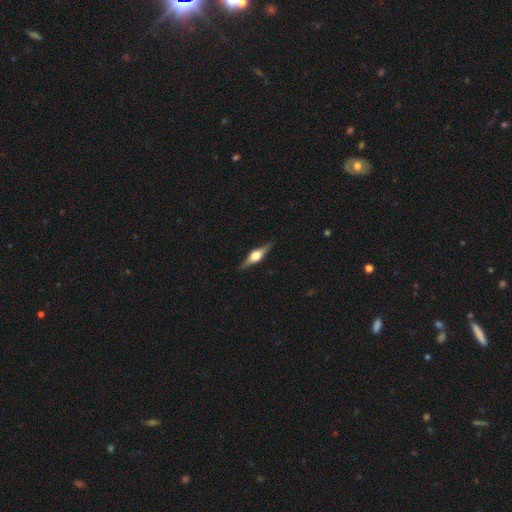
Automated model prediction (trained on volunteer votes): Smooth or featured?
  - featured or disk: 78% *
  - smooth: 16%
  - star or artifact: 6%
Edge-on disk?
  - yes: 98% *
  - no: 2%
Edge-on bulge?
  - rounded: 93% *
  - boxy: 6%
  - none: 1%
Merging?
  - none: 90% *
  - minor disturbance: 8%
  - major disturbance: 2%
  - merger: 1%